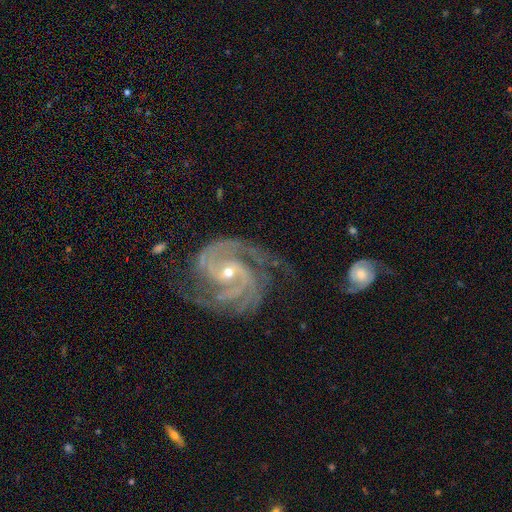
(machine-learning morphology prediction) Q: Smooth or featured?
A: featured or disk (93%); runner-up: star or artifact (5%)
Q: Edge-on disk?
A: no (98%); runner-up: yes (2%)
Q: Bar?
A: no (40%); runner-up: weak (38%)
Q: Spiral arms?
A: yes (99%); runner-up: no (1%)
Q: Spiral winding?
A: tight (47%); runner-up: medium (46%)
Q: Spiral arm count?
A: 2 (43%); runner-up: 3 (32%)
Q: Bulge size?
A: small (58%); runner-up: moderate (39%)
Q: Merging?
A: none (67%); runner-up: minor disturbance (21%)